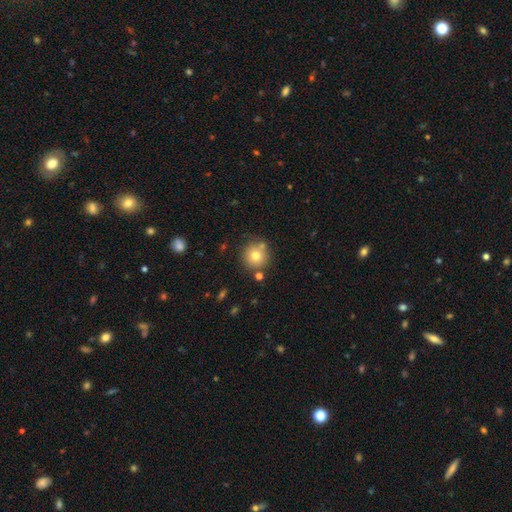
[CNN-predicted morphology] This is likely a smooth galaxy (74%). How rounded: clearly round (94%). Merging: likely none (76%).